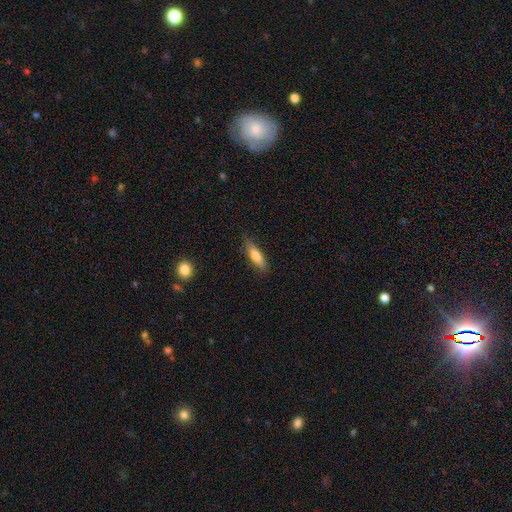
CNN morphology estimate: The model was most divided on "how rounded": cigar-shaped: 66%, in between: 32%, round: 2%. More confident: merging — none (82%); smooth or featured — smooth (72%).